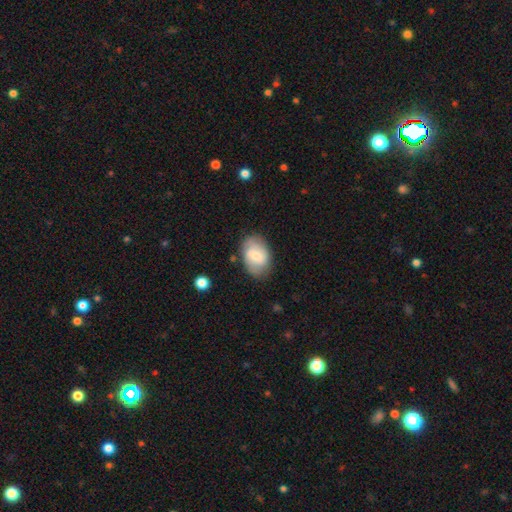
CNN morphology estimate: smooth 59%, featured or disk 34%, star or artifact 7%. Down the decision tree: how rounded — in between (84%); merging — none (75%).